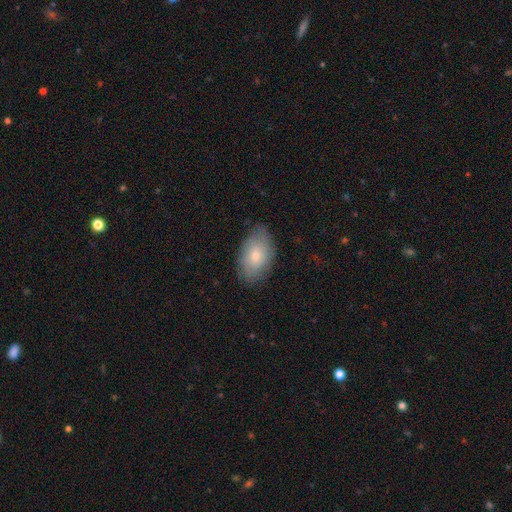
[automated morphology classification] The model was most divided on "smooth or featured": smooth: 68%, featured or disk: 25%, star or artifact: 7%. More confident: how rounded — in between (91%); merging — none (75%).